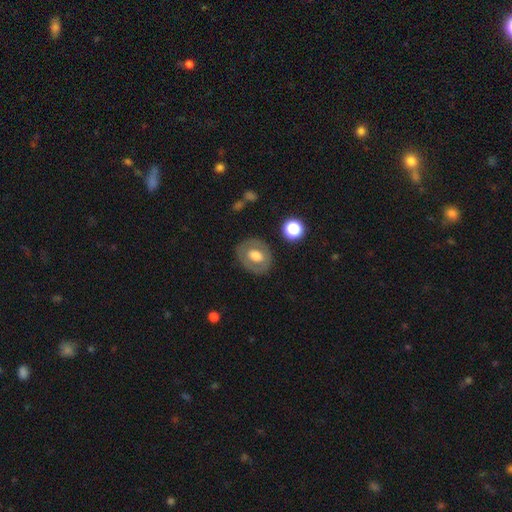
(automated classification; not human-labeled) smooth 52%, featured or disk 41%, star or artifact 7%. Down the decision tree: how rounded — in between (52%); merging — none (82%).